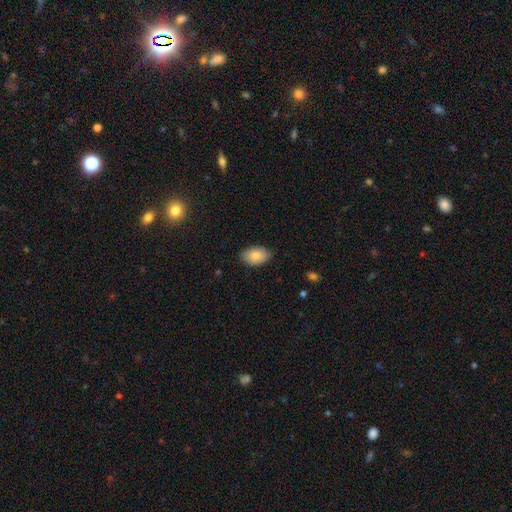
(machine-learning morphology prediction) Q: Smooth or featured?
A: smooth (83%); runner-up: featured or disk (11%)
Q: How rounded?
A: in between (89%); runner-up: round (10%)
Q: Merging?
A: none (82%); runner-up: minor disturbance (14%)